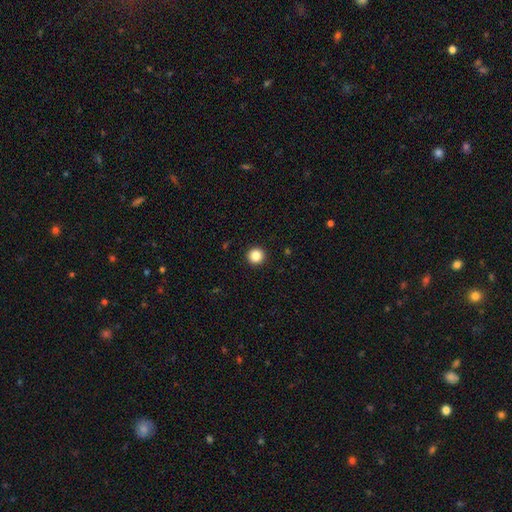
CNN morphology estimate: A smooth galaxy with no disk features (86%) that is round (96%). Merging: none (94%).